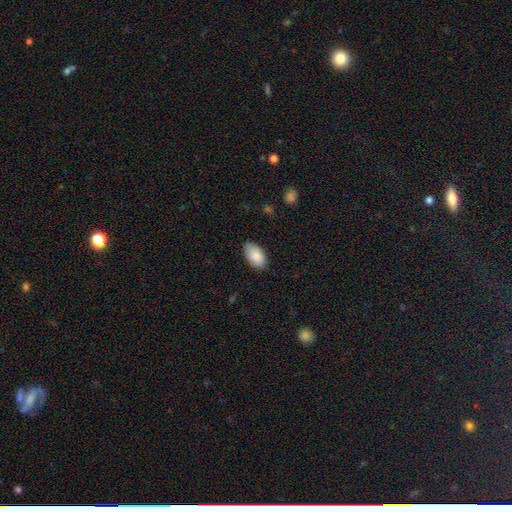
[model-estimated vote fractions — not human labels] Q: Smooth or featured?
A: smooth (88%); runner-up: star or artifact (6%)
Q: How rounded?
A: in between (94%); runner-up: round (4%)
Q: Merging?
A: none (80%); runner-up: minor disturbance (17%)